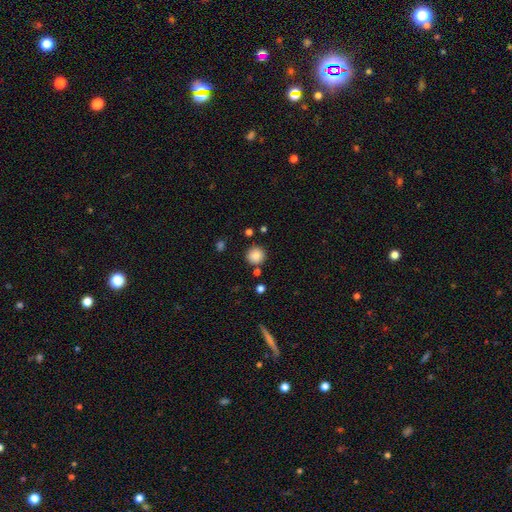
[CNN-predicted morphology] smooth 86%, star or artifact 10%, featured or disk 4%. Down the decision tree: how rounded — round (92%); merging — none (82%).